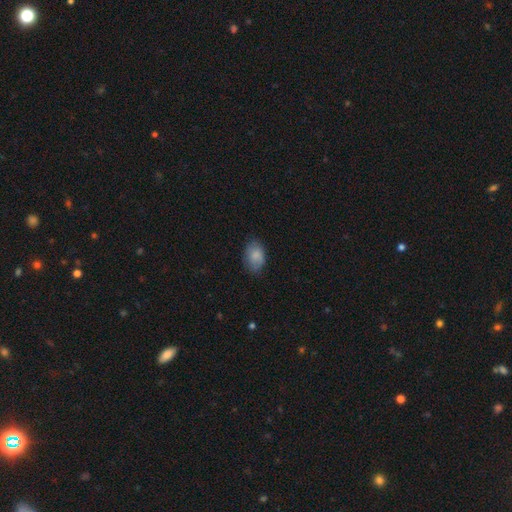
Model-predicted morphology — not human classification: Q: Smooth or featured?
A: smooth (83%); runner-up: featured or disk (10%)
Q: How rounded?
A: in between (85%); runner-up: round (14%)
Q: Merging?
A: none (75%); runner-up: minor disturbance (19%)